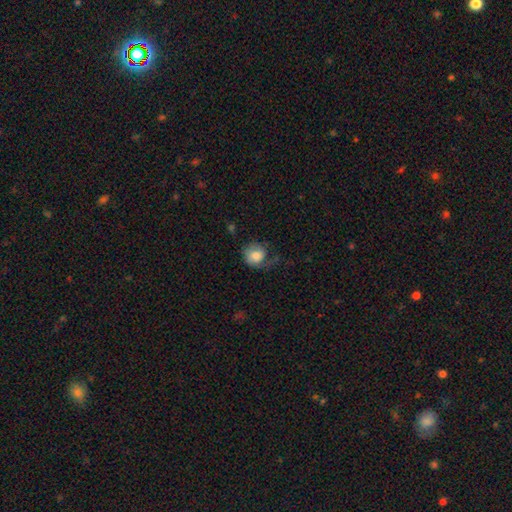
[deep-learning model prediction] Q: Smooth or featured?
A: smooth (72%); runner-up: featured or disk (20%)
Q: How rounded?
A: round (76%); runner-up: in between (23%)
Q: Merging?
A: none (40%); runner-up: major disturbance (31%)